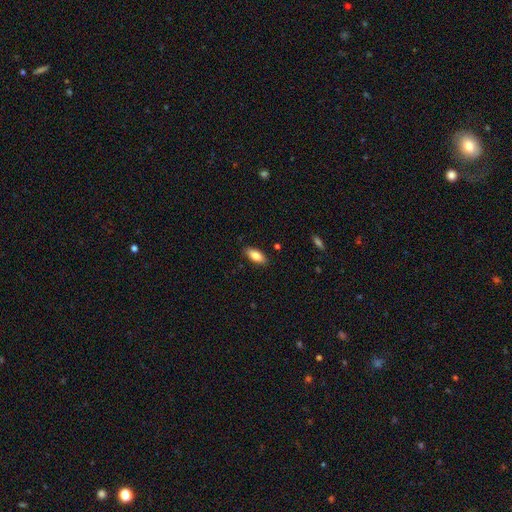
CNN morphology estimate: A smooth galaxy with no disk features (82%) that is in between round and cigar-shaped (84%).

Vote fractions:
- Smooth or featured? smooth: 82% / featured or disk: 11% / star or artifact: 7%
- How rounded? in between: 84% / cigar-shaped: 14% / round: 2%
- Merging? none: 87% / minor disturbance: 10% / major disturbance: 2% / merger: 1%